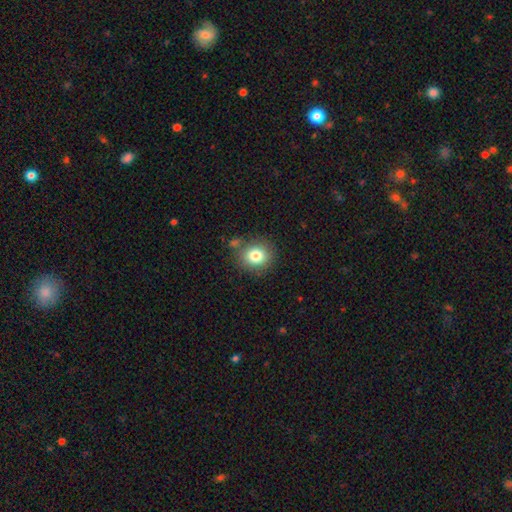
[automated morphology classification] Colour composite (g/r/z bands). It shows a smooth galaxy with no disk features (80%) that is round (78%). Merging: none (78%).